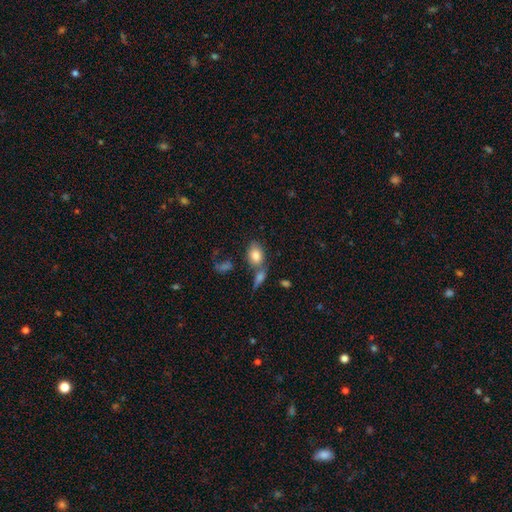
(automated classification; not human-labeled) Smooth or featured: smooth — 82% (featured or disk — 10%)
How rounded: in between — 79% (round — 19%)
Merging: none — 52% (merger — 29%)